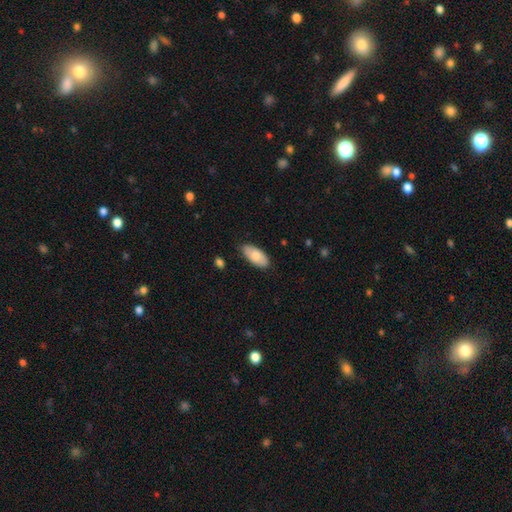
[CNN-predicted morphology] A smooth galaxy with no disk features (74%) that is in between round and cigar-shaped (92%). Merging: none (85%).